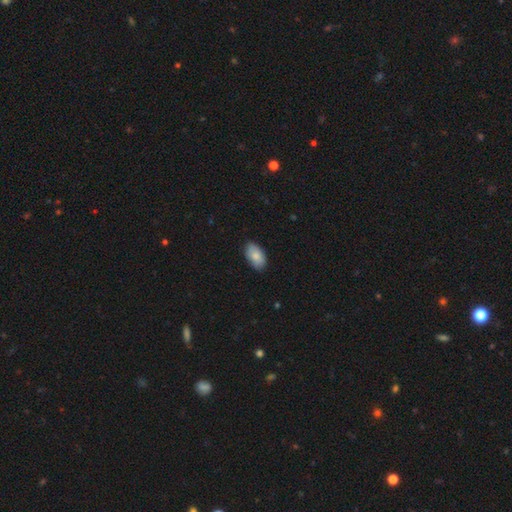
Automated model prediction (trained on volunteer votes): Smooth or featured?
  - smooth: 85% *
  - featured or disk: 9%
  - star or artifact: 6%
How rounded?
  - in between: 94% *
  - round: 4%
  - cigar-shaped: 2%
Merging?
  - none: 83% *
  - minor disturbance: 14%
  - major disturbance: 2%
  - merger: 1%